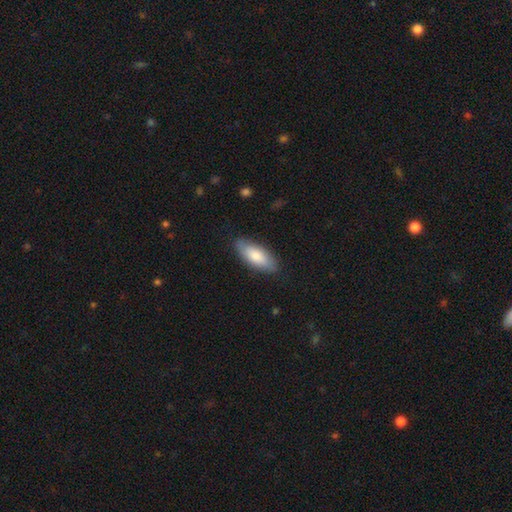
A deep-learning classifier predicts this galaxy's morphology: Smooth or featured: smooth — 77% (featured or disk — 18%)
How rounded: in between — 79% (cigar-shaped — 19%)
Merging: none — 83% (minor disturbance — 14%)